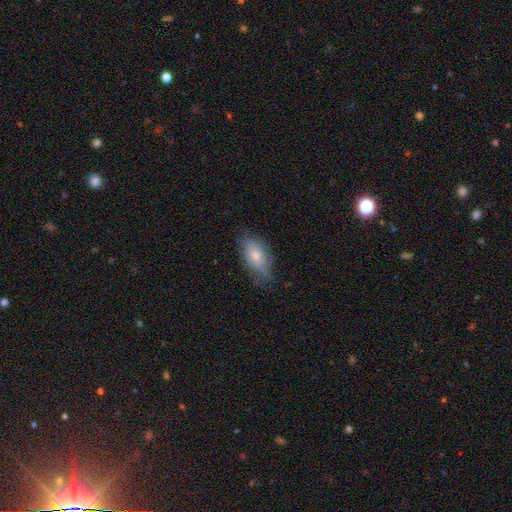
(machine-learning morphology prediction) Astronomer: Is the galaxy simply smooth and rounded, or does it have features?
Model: smooth — 55% (runner-up: featured or disk, 38%).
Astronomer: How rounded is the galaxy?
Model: in between — 90%.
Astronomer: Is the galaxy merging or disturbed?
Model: none — 61%.